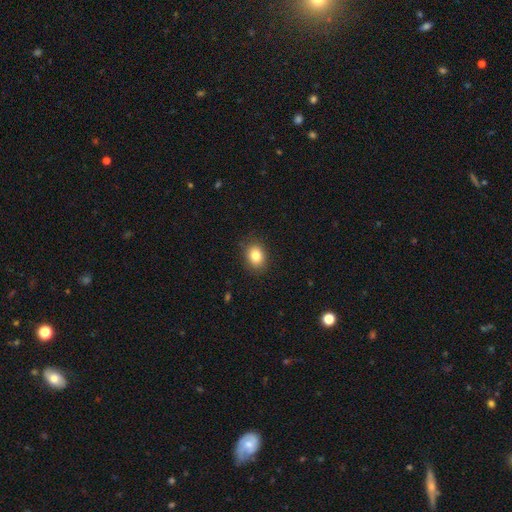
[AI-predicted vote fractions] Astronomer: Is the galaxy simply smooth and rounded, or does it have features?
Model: smooth — 84%.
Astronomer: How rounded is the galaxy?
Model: in between — 54% (runner-up: round, 45%).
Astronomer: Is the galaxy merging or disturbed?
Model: none — 88%.